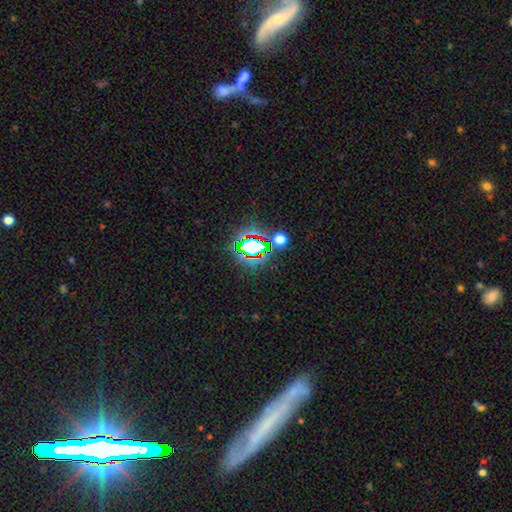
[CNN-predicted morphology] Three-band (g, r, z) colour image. It shows a star or artifact, not a galaxy (66%).